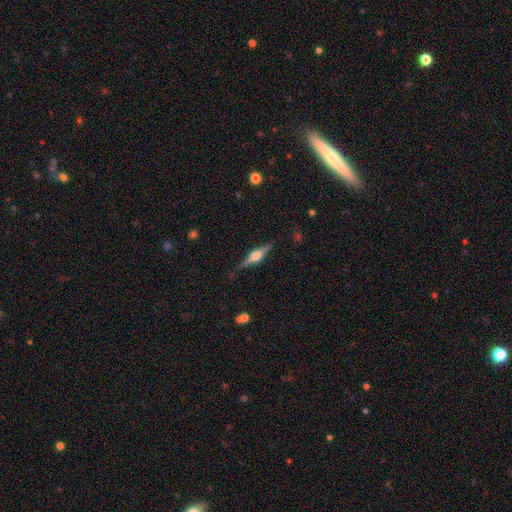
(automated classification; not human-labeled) This is likely a featured or disk galaxy (76%). It is clearly viewed edge-on (97%). Edge-on bulge: clearly rounded (91%). Merging: clearly none (85%).